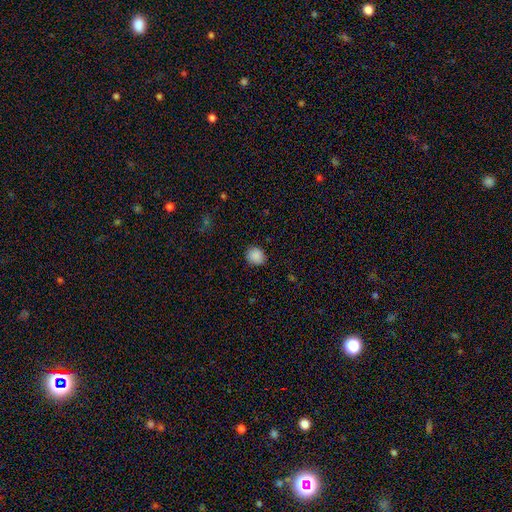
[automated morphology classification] A smooth galaxy with no disk features (87%) that is round (78%). Merging: none (85%).